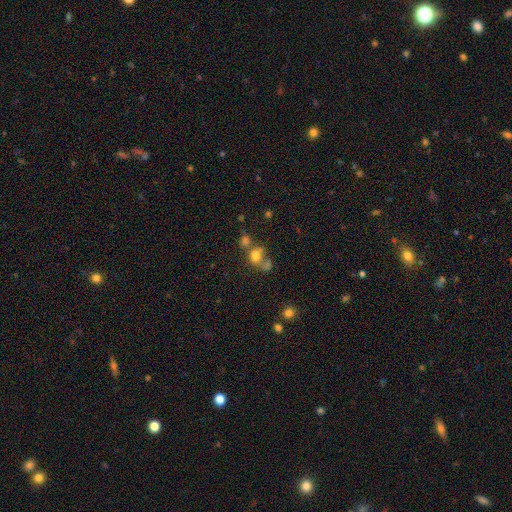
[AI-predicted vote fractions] smooth 70%, star or artifact 15%, featured or disk 15%. Down the decision tree: how rounded — round (70%); merging — merger (46%).